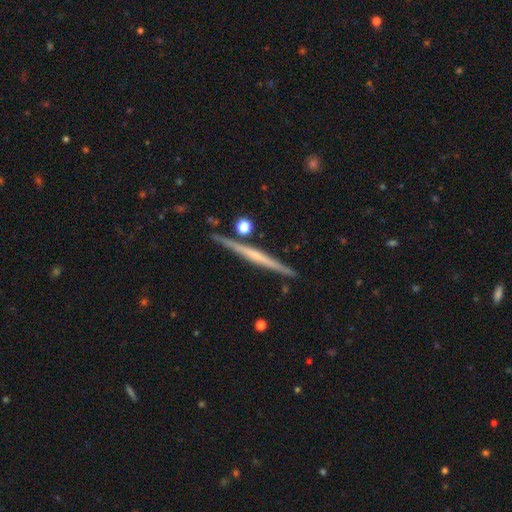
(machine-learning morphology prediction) This appears to be a featured or disk galaxy (68%) viewed edge-on (98%) with no central bulge (71%). Merging: none (88%).